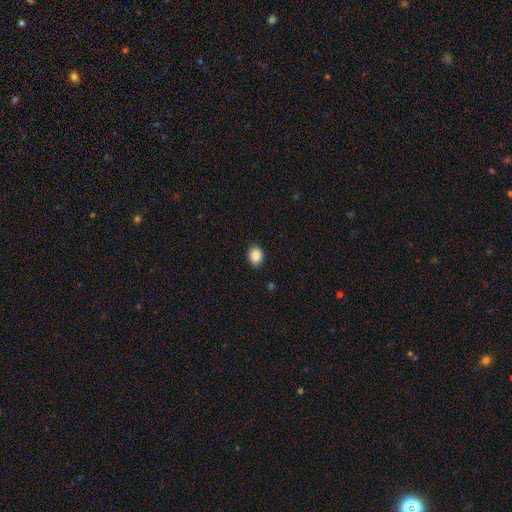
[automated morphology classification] Smooth or featured? Predicted: smooth (p=0.88). How rounded? Predicted: in between (p=0.54). Merging? Predicted: none (p=0.90).